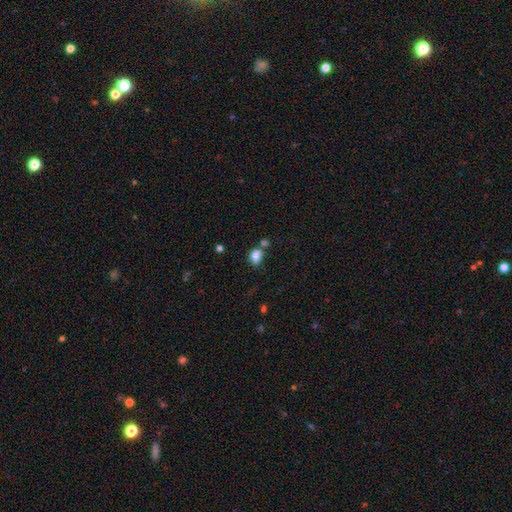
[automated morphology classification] smooth 83%, star or artifact 10%, featured or disk 7%. Down the decision tree: how rounded — in between (68%); merging — none (47%).